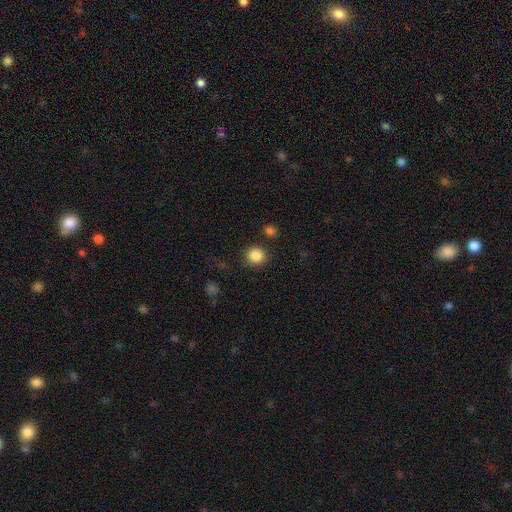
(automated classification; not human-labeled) Morphology: type=smooth (86%); roundness=round (92%); merging=none (87%).